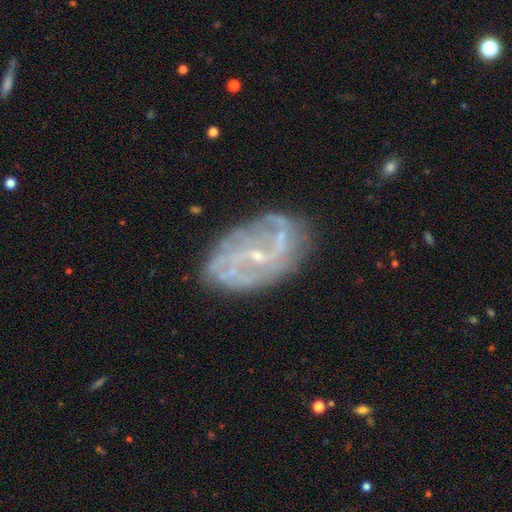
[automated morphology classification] Smooth or featured? featured or disk (82%)
Edge-on disk? no (96%)
Bar? weak (42%)
Spiral arms? yes (85%)
Spiral winding? medium (39%)
Spiral arm count? 2 (35%)
Bulge size? small (81%)
Merging? none (73%)